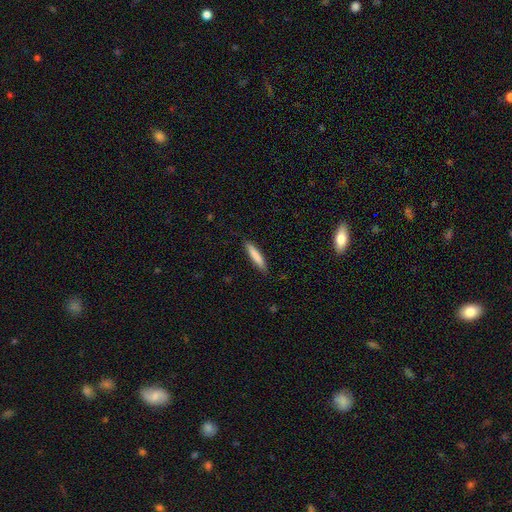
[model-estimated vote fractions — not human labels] Smooth or featured? smooth (82%)
How rounded? cigar-shaped (89%)
Merging? none (88%)